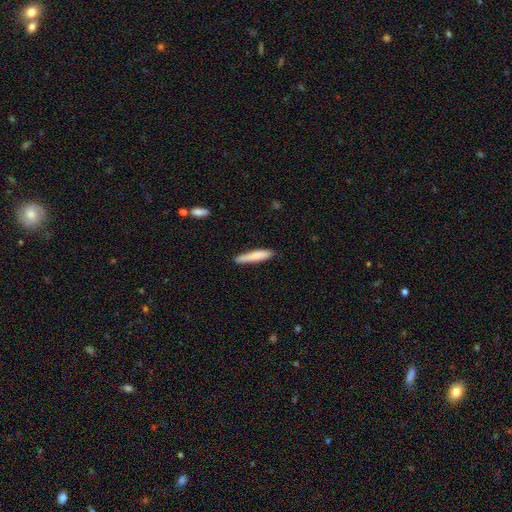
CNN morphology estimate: This is clearly a smooth galaxy (80%). How rounded: clearly cigar-shaped (89%). Merging: clearly none (81%).